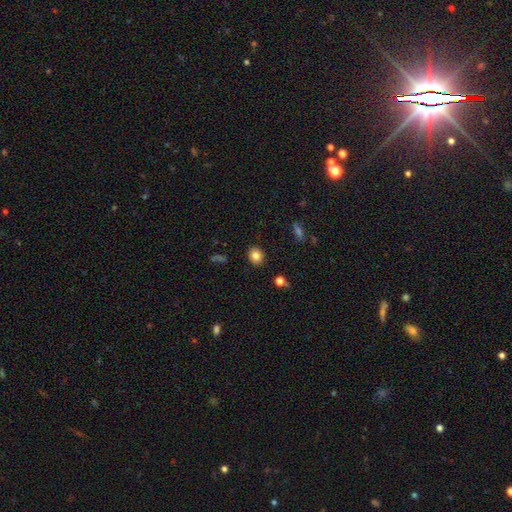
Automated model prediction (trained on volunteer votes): A smooth galaxy with no disk features (83%) that is round (65%).

Vote fractions:
- Smooth or featured? smooth: 83% / star or artifact: 10% / featured or disk: 7%
- How rounded? round: 65% / in between: 34% / cigar-shaped: 1%
- Merging? none: 90% / minor disturbance: 7% / major disturbance: 2% / merger: 1%